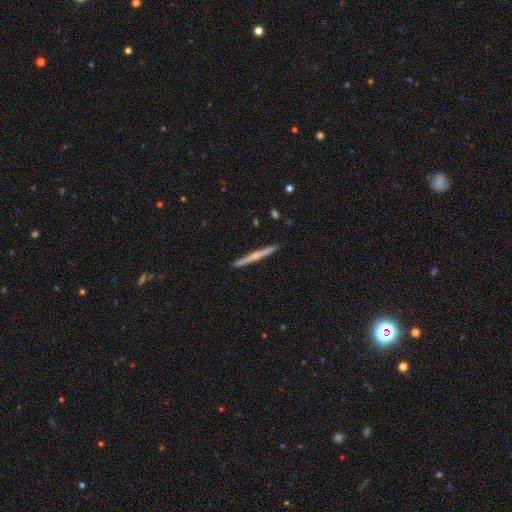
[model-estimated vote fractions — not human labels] Smooth or featured?
  - featured or disk: 61% *
  - smooth: 34%
  - star or artifact: 5%
Edge-on disk?
  - yes: 98% *
  - no: 2%
Edge-on bulge?
  - rounded: 64% *
  - none: 32%
  - boxy: 4%
Merging?
  - none: 92% *
  - minor disturbance: 5%
  - merger: 1%
  - major disturbance: 1%